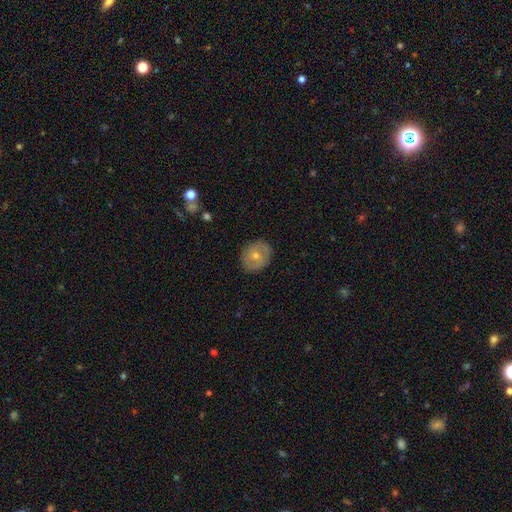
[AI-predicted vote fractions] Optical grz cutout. It shows a smooth galaxy with no disk features (52%) that is round (74%). Merging: none (86%).